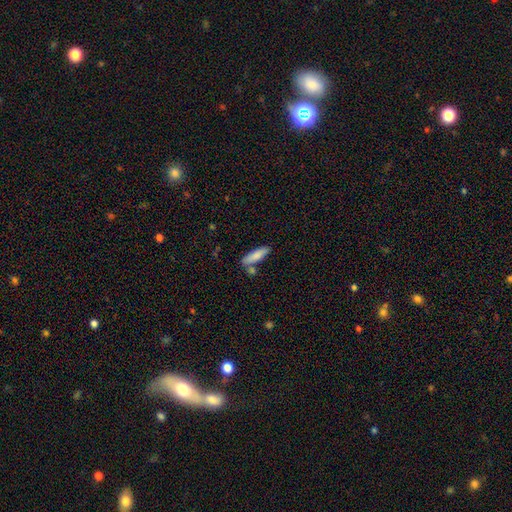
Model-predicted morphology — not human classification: type=smooth (82%); roundness=cigar-shaped (65%); merging=none (73%).